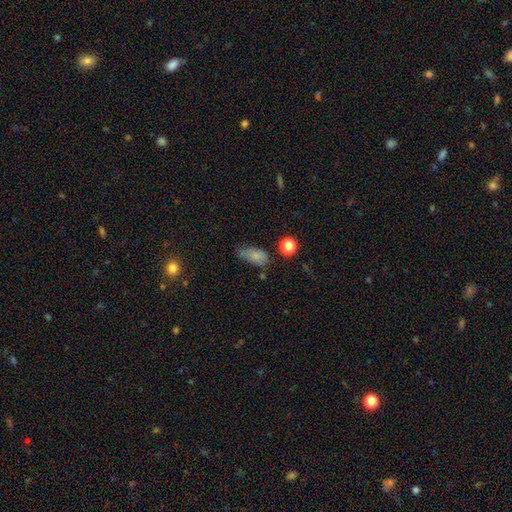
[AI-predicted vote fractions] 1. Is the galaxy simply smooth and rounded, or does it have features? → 75% smooth, 13% star or artifact, 12% featured or disk.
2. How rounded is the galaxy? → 86% in between, 9% round, 5% cigar-shaped.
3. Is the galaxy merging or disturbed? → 41% none, 37% minor disturbance, 15% major disturbance, 7% merger.